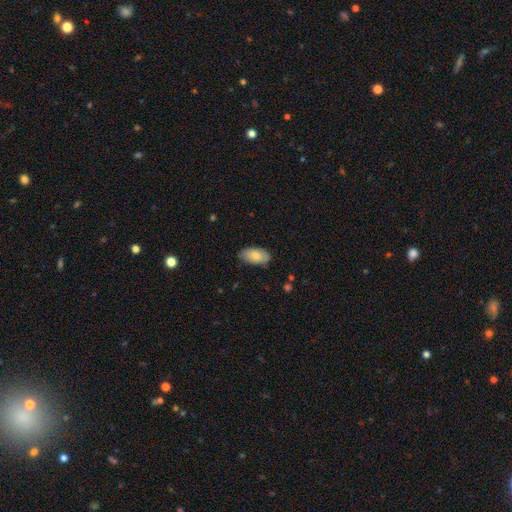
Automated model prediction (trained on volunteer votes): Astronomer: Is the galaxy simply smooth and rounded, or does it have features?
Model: smooth — 77%.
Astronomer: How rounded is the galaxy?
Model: in between — 95%.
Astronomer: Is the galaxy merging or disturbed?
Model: none — 80%.